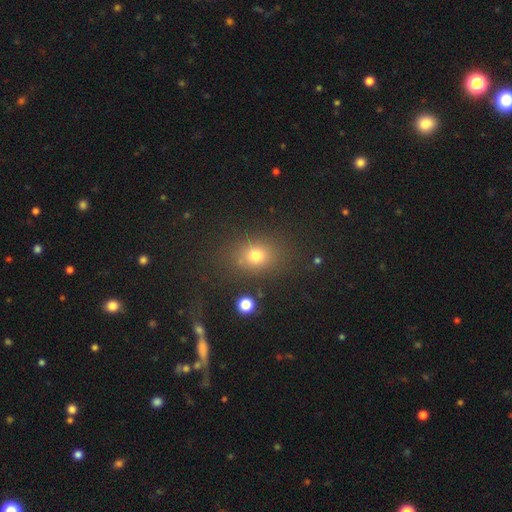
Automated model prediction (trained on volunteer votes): This is likely a smooth galaxy (73%). How rounded: possibly round (50%). Merging: likely none (78%).